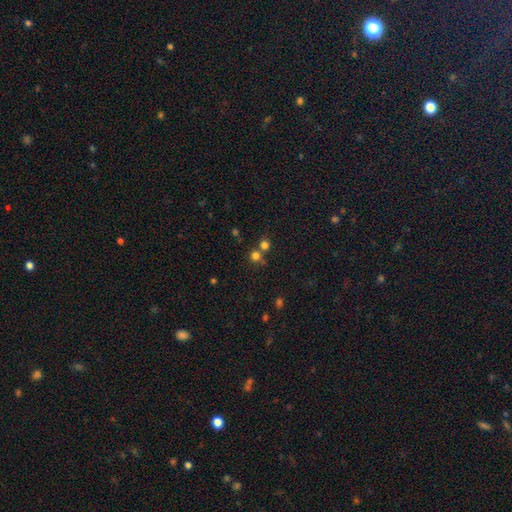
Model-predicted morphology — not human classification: smooth_or_featured: smooth (p=0.73) [alt: star or artifact p=0.19]
how_rounded: round (p=0.90) [alt: in between p=0.09]
merging: none (p=0.56) [alt: merger p=0.34]